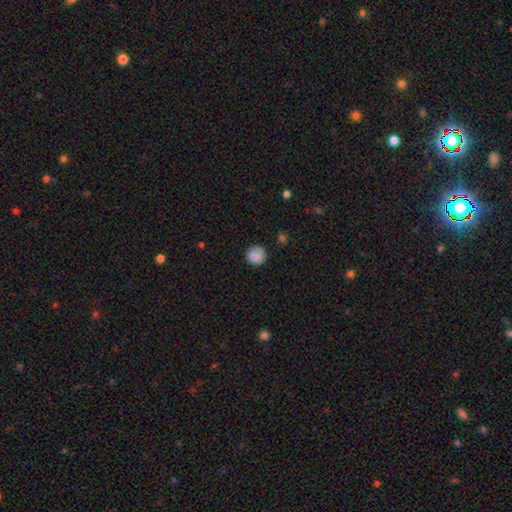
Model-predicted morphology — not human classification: smooth 86%, star or artifact 9%, featured or disk 5%. Down the decision tree: how rounded — round (93%); merging — none (84%).